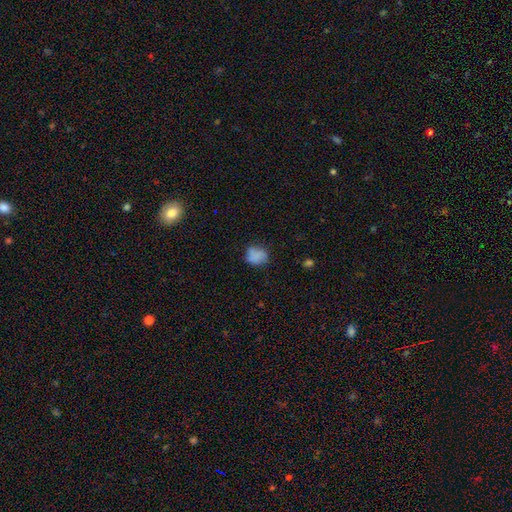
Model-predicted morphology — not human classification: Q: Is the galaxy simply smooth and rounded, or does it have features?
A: smooth — 76%.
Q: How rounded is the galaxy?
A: round — 55%.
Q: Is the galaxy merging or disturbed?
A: none — 61%.